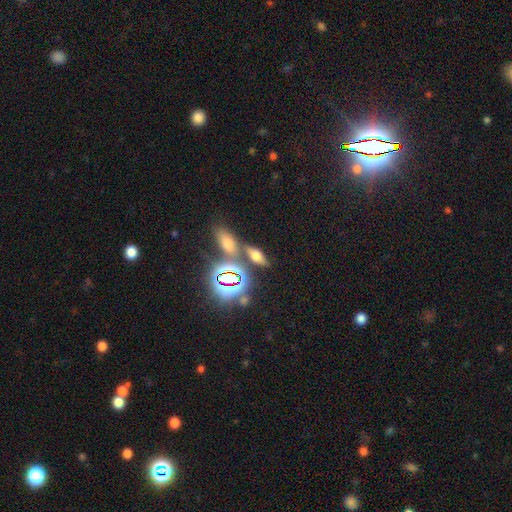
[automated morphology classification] type=smooth (54%); roundness=in between (67%); merging=none (67%).